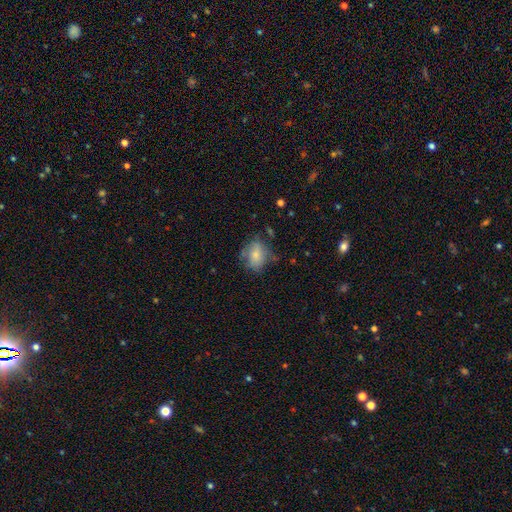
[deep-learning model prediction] The model was most divided on "how rounded": in between: 52%, round: 47%, cigar-shaped: 2%. More confident: smooth or featured — smooth (65%); merging — none (61%).